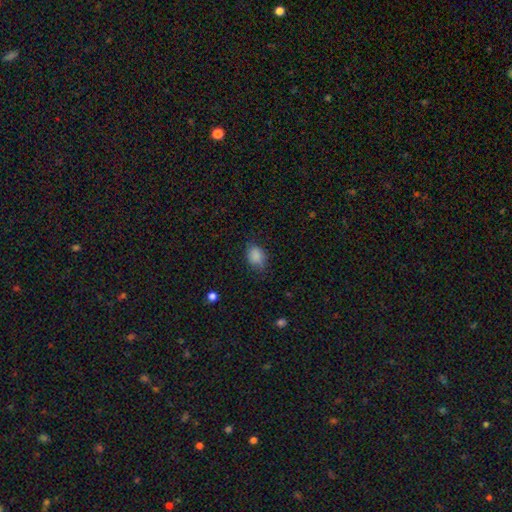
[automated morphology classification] smooth-or-featured: smooth: 86% | star or artifact: 9% | featured or disk: 4%
  how-rounded: in between: 69% | round: 29% | cigar-shaped: 1%
  merging: none: 73% | minor disturbance: 21% | major disturbance: 5% | merger: 1%